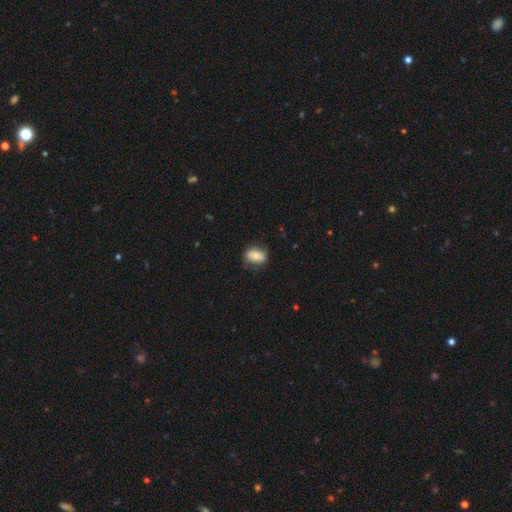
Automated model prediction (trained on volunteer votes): Overall: smooth (72%). How rounded: in between (76%). Merging: none (72%).